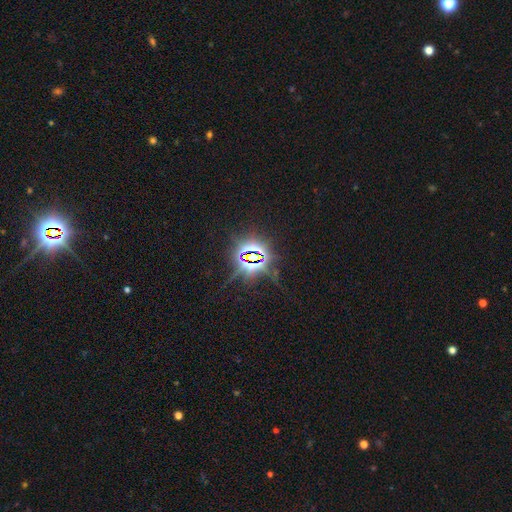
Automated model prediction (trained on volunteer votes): A star or artifact, not a galaxy (84%).